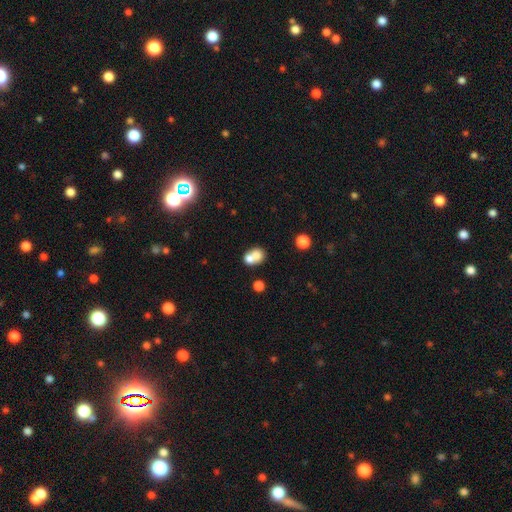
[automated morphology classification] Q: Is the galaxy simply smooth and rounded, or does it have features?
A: smooth — 71%.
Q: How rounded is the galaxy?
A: round — 65%.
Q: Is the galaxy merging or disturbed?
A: merger — 63%.